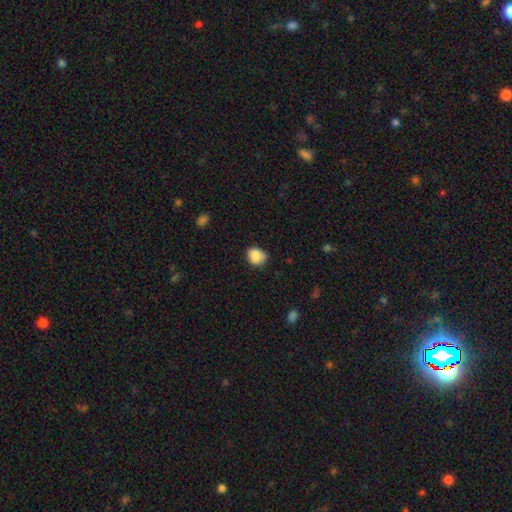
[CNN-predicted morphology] This is clearly a smooth galaxy (85%). How rounded: likely round (60%). Merging: likely none (63%).